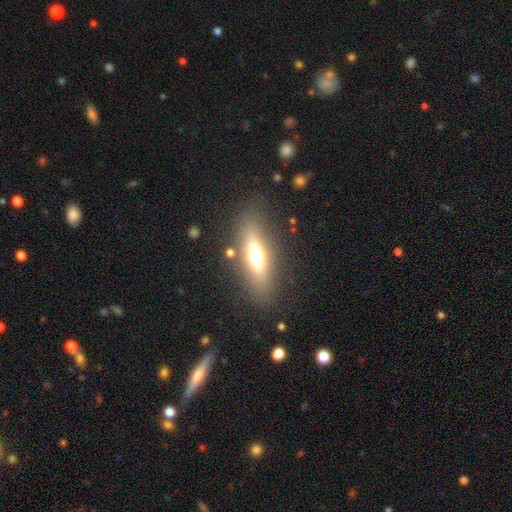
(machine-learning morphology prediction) Overall: featured or disk (45%; smooth 40%). Merging: none (82%).